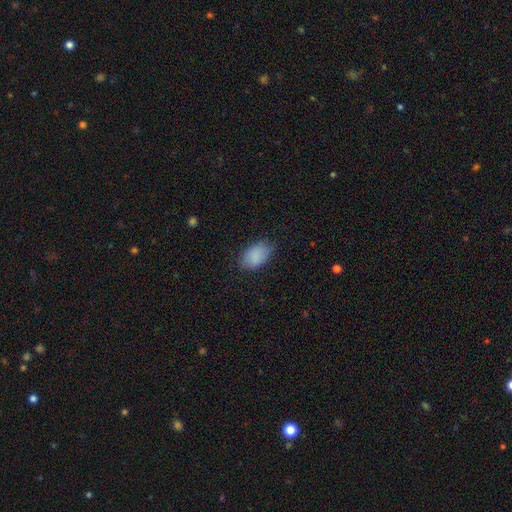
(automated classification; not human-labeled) A smooth galaxy with no disk features (89%) that is in between round and cigar-shaped (91%). Merging: none (79%).